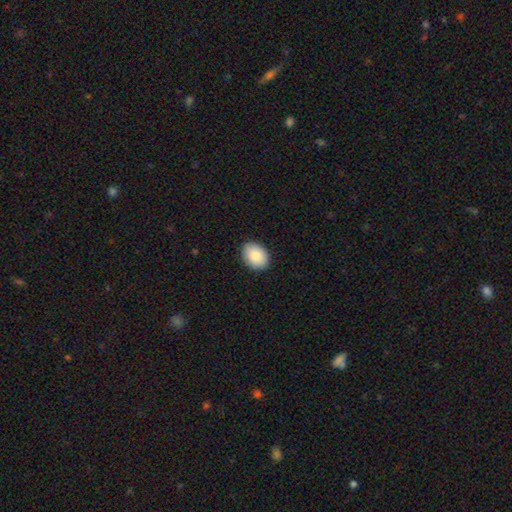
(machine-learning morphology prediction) The model was most divided on "how rounded": in between: 72%, round: 27%, cigar-shaped: 1%. More confident: smooth or featured — smooth (89%); merging — none (89%).